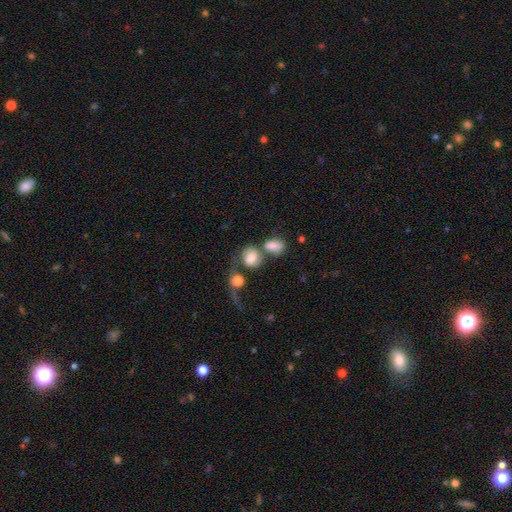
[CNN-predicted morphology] Overall: smooth (54%; featured or disk 25%). How rounded: round (60%; in between 37%). Merging: merger (52%; none 28%).